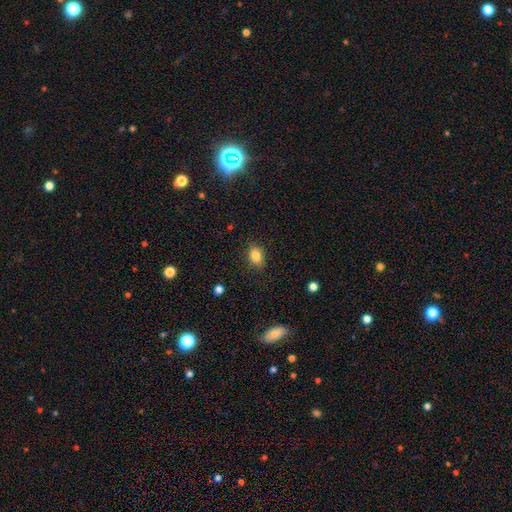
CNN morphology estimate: Smooth or featured? Predicted: smooth (p=0.84). How rounded? Predicted: in between (p=0.77). Merging? Predicted: none (p=0.85).